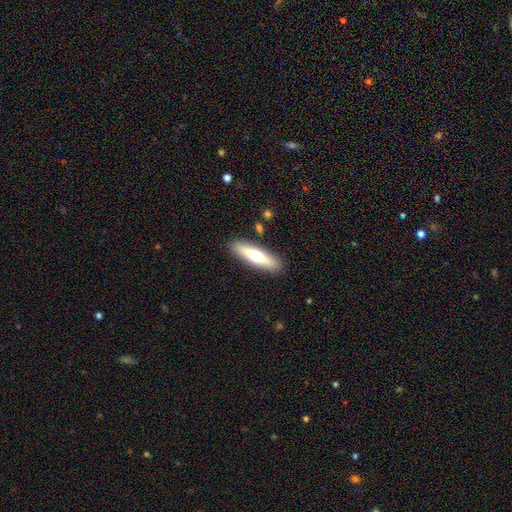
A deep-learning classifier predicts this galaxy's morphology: This is possibly a smooth galaxy (54%). How rounded: likely cigar-shaped (72%). Merging: clearly none (89%).